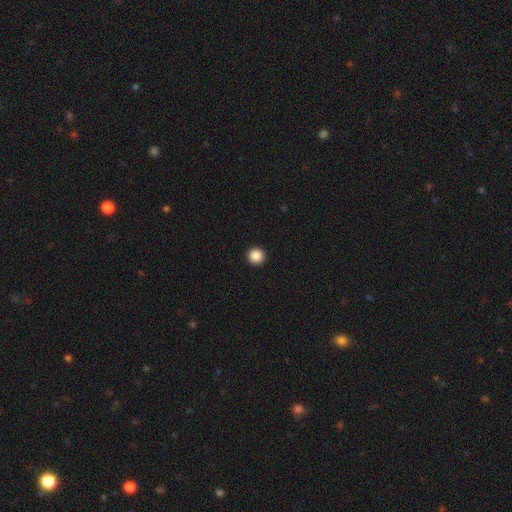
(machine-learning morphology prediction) This is clearly a smooth galaxy (88%). How rounded: clearly round (96%). Merging: clearly none (94%).